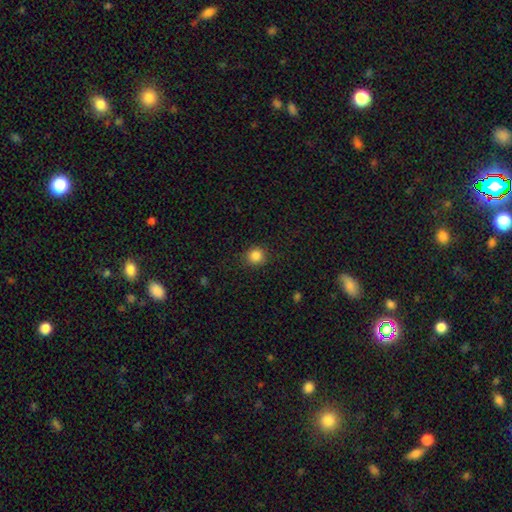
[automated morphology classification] A smooth galaxy with no disk features (85%) that is round (85%).

Vote fractions:
- Smooth or featured? smooth: 85% / star or artifact: 11% / featured or disk: 4%
- How rounded? round: 85% / in between: 14% / cigar-shaped: 1%
- Merging? none: 87% / minor disturbance: 9% / major disturbance: 3% / merger: 1%